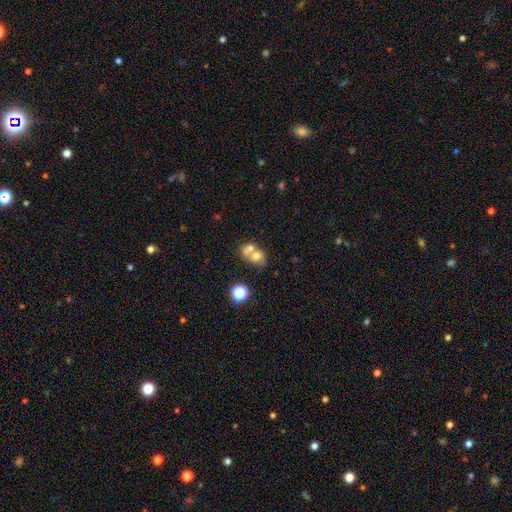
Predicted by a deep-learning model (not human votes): smooth-or-featured: smooth: 60% | featured or disk: 26% | star or artifact: 13%
  how-rounded: round: 56% | in between: 43% | cigar-shaped: 1%
  merging: merger: 65% | none: 23% | minor disturbance: 7% | major disturbance: 5%